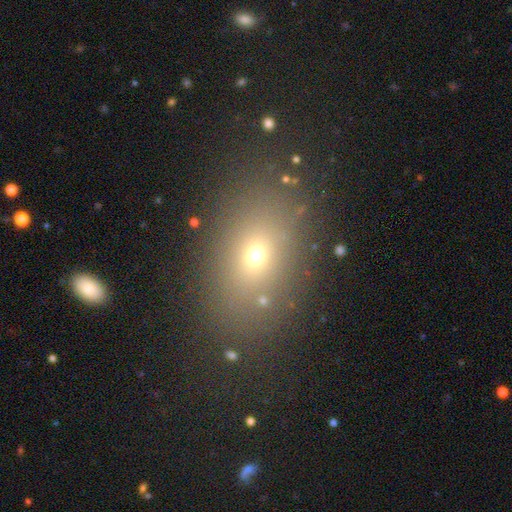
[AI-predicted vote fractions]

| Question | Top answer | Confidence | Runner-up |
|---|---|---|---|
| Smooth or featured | smooth | 65% | star or artifact (22%) |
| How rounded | in between | 69% | round (29%) |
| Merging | none | 82% | minor disturbance (10%) |